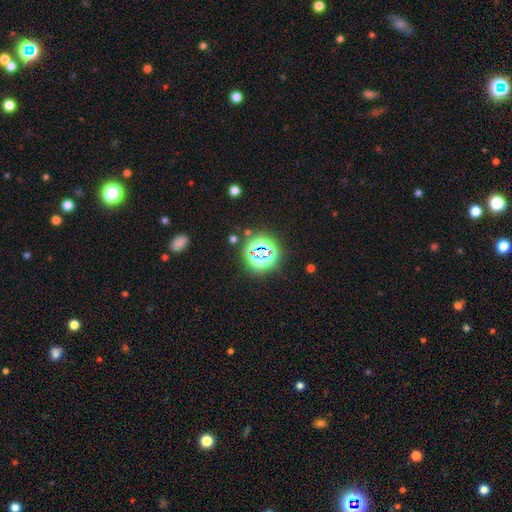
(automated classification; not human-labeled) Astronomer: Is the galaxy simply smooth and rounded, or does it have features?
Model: star or artifact — 71%.